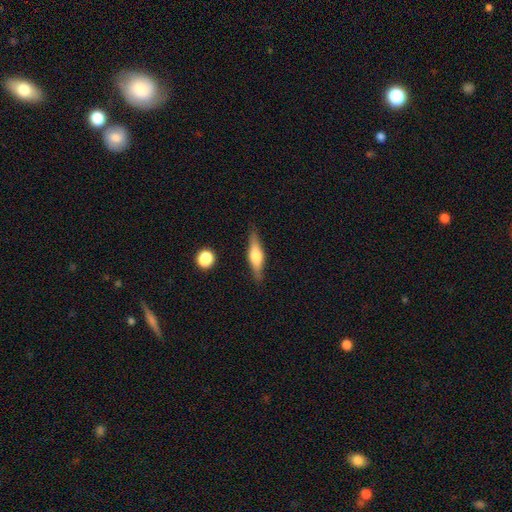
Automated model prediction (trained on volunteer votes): smooth_or_featured: featured or disk (p=0.54) [alt: smooth p=0.39]
disk_edge_on: yes (p=0.94) [alt: no p=0.06]
edge_on_bulge: rounded (p=0.86) [alt: boxy p=0.11]
merging: none (p=0.85) [alt: minor disturbance p=0.11]